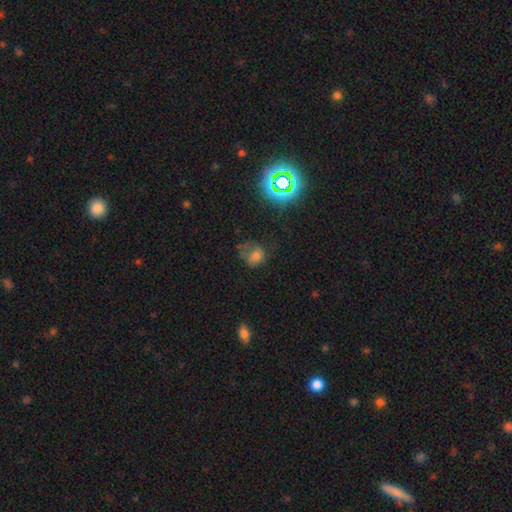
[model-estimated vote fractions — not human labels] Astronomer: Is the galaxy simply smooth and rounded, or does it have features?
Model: smooth — 55%.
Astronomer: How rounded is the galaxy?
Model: round — 54% (runner-up: in between, 44%).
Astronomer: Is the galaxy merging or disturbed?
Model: none — 41% (runner-up: major disturbance, 29%).